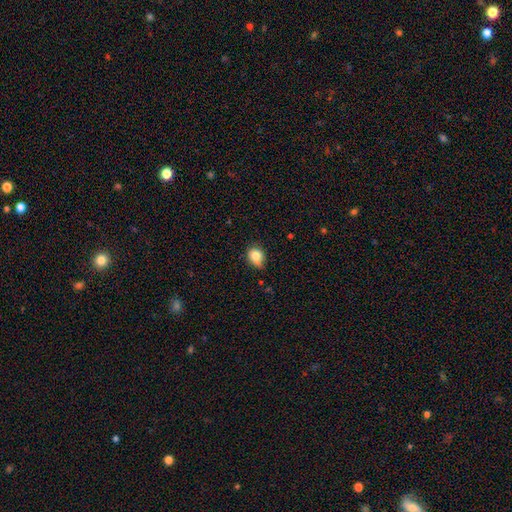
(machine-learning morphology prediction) type=smooth (83%); roundness=in between (54%); merging=none (63%).